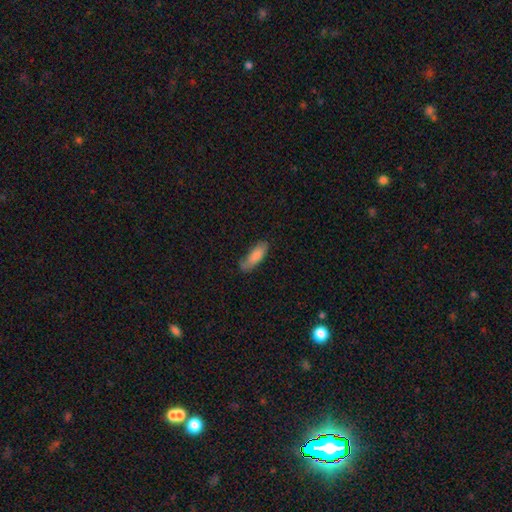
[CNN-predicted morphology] Smooth or featured? smooth (81%)
How rounded? in between (64%)
Merging? none (63%)